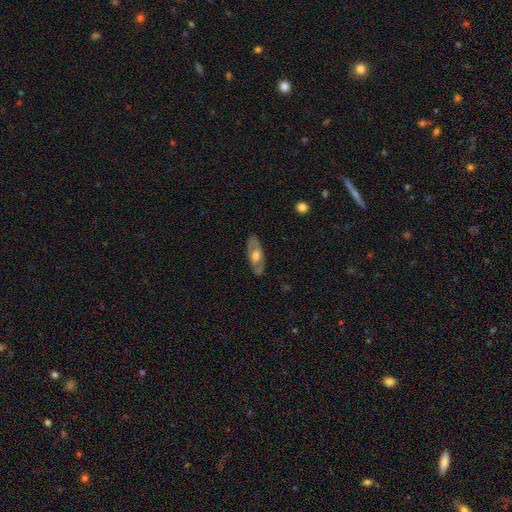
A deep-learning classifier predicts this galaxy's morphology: This appears to be a featured or disk galaxy (54%). Merging: none (83%).